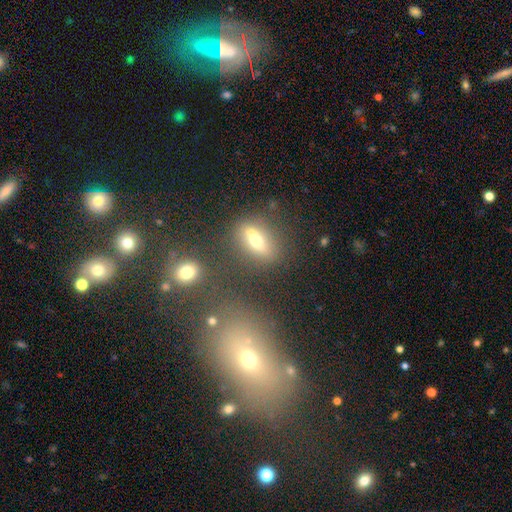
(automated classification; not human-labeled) smooth-or-featured: smooth: 40% | star or artifact: 37% | featured or disk: 24%
  merging: none: 69% | minor disturbance: 13% | merger: 11% | major disturbance: 7%